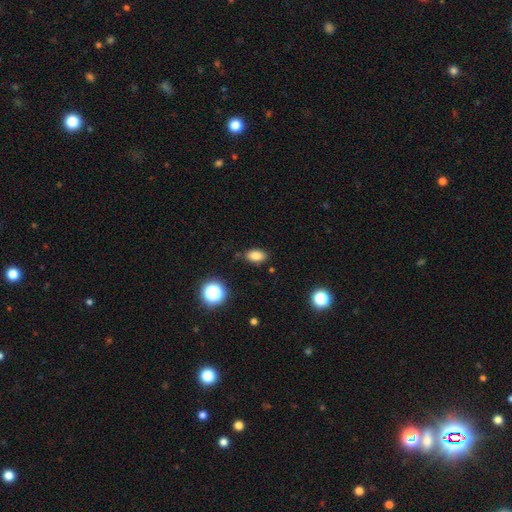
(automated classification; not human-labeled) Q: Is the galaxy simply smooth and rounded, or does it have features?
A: smooth — 82%.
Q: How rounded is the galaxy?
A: in between — 87%.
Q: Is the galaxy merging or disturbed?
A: none — 84%.